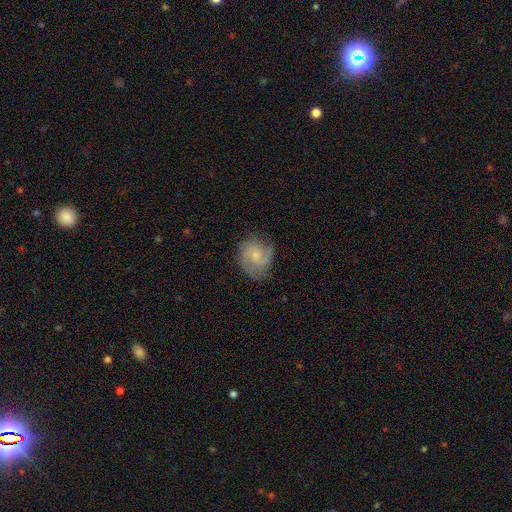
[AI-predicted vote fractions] This appears to be a featured or disk galaxy (53%) with no bar (67%), spiral arms (89%) and a small central bulge (49%). Merging: none (69%).